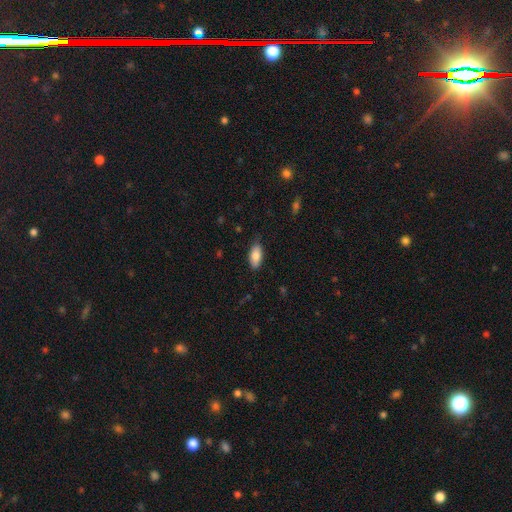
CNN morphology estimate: Smooth or featured? smooth (86%)
How rounded? in between (89%)
Merging? none (81%)